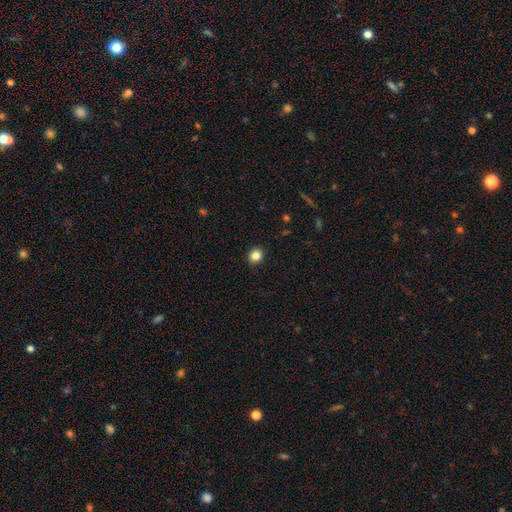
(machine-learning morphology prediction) smooth-or-featured: smooth: 84% | star or artifact: 11% | featured or disk: 5%
  how-rounded: round: 82% | in between: 17% | cigar-shaped: 1%
  merging: none: 92% | minor disturbance: 6% | major disturbance: 2% | merger: 1%